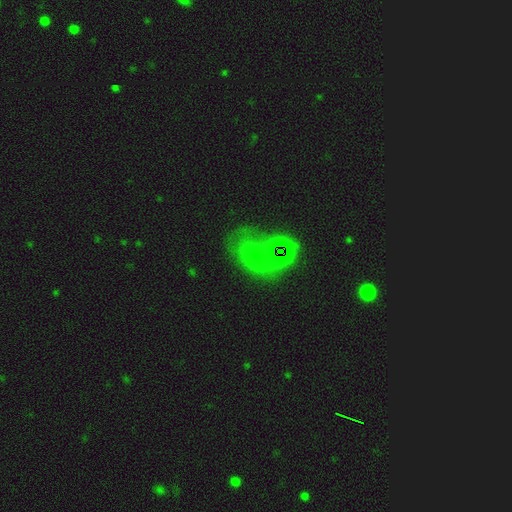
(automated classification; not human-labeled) The model was most divided on "smooth or featured": smooth: 43%, star or artifact: 32%, featured or disk: 25%. More confident: merging — none (51%).